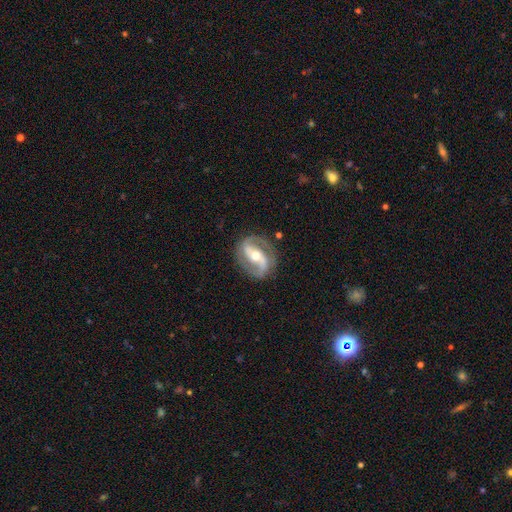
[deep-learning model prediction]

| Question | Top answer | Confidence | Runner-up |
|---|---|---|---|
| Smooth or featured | featured or disk | 87% | smooth (8%) |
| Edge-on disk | no | 97% | yes (3%) |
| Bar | strong | 47% | weak (30%) |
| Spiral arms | yes | 93% | no (7%) |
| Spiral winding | medium | 51% | tight (28%) |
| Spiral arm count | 2 | 91% | can't tell (3%) |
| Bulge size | moderate | 69% | small (25%) |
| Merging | none | 82% | minor disturbance (12%) |